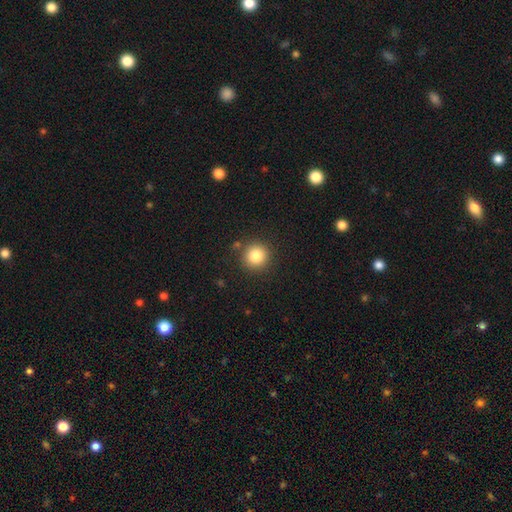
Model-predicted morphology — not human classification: Smooth or featured? Predicted: smooth (p=0.84). How rounded? Predicted: round (p=0.94). Merging? Predicted: none (p=0.87).